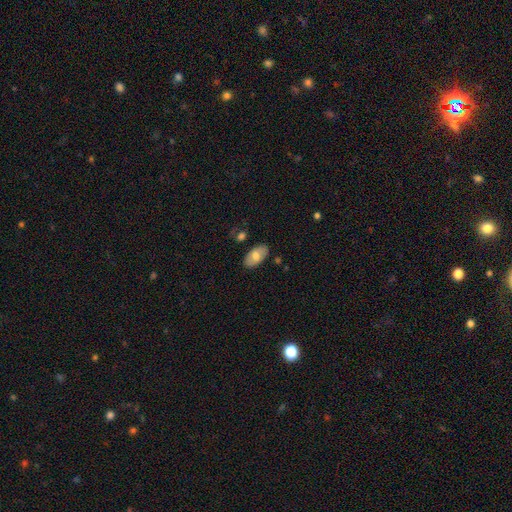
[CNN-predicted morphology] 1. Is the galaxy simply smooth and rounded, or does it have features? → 70% smooth, 23% featured or disk, 6% star or artifact.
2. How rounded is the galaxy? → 95% in between, 3% round, 2% cigar-shaped.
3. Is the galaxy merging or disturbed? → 84% none, 11% minor disturbance, 3% merger, 2% major disturbance.